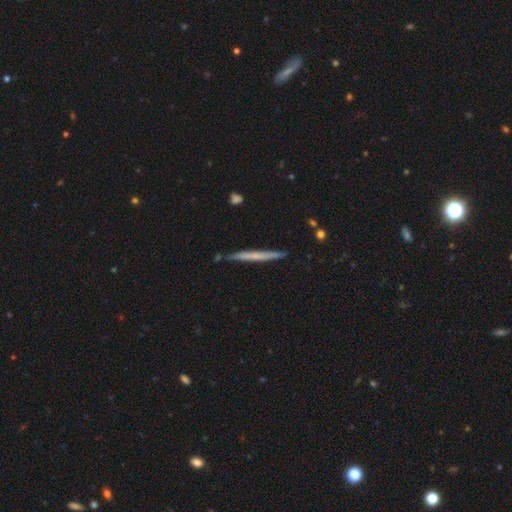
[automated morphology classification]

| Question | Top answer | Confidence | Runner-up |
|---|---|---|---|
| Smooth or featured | smooth | 49% | featured or disk (45%) |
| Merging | none | 88% | minor disturbance (9%) |